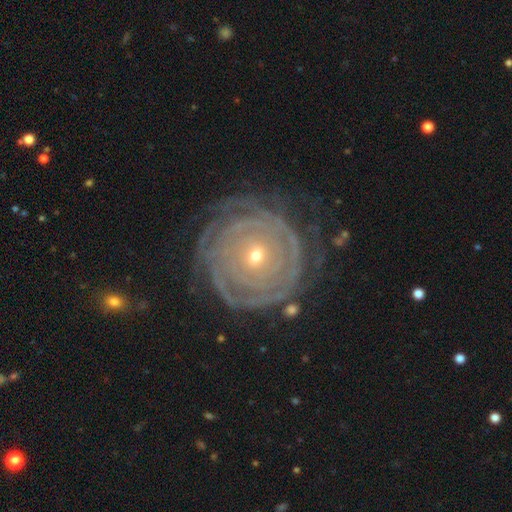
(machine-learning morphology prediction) This is clearly a featured or disk galaxy (84%). It is clearly not viewed edge-on (96%). Bar: likely no (80%). Spiral arm pattern: clearly yes (91%). Spiral arm count: marginally can't tell (40%). Spiral winding: clearly tight (89%). Central bulge: likely small (67%). Merging: likely none (76%).